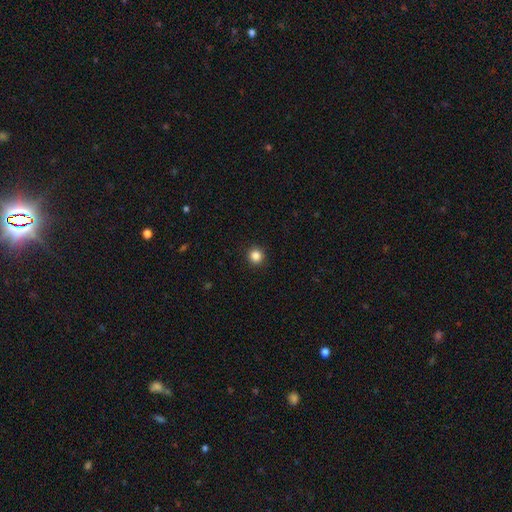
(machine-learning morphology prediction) type=smooth (85%); roundness=round (95%); merging=none (93%).